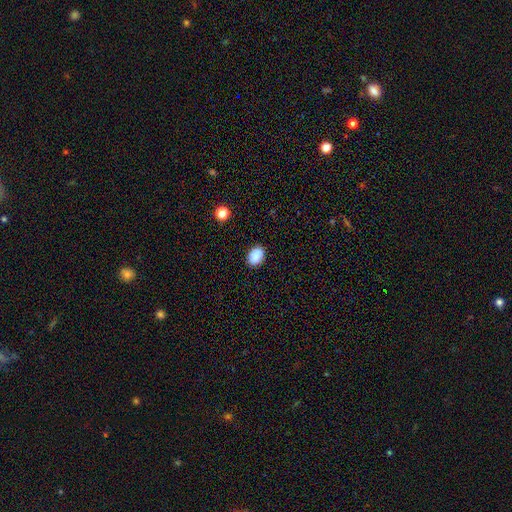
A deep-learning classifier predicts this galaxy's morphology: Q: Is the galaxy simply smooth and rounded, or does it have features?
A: smooth — 85%.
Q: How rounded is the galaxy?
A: in between — 71%.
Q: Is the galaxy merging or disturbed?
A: none — 80%.